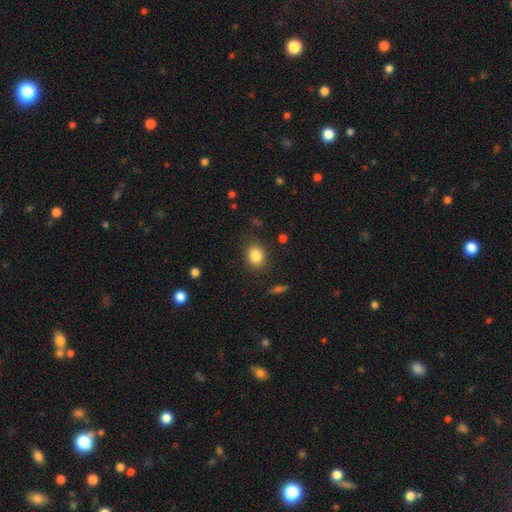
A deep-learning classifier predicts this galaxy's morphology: Q: Smooth or featured?
A: smooth (85%); runner-up: star or artifact (10%)
Q: How rounded?
A: round (54%); runner-up: in between (45%)
Q: Merging?
A: none (86%); runner-up: minor disturbance (10%)